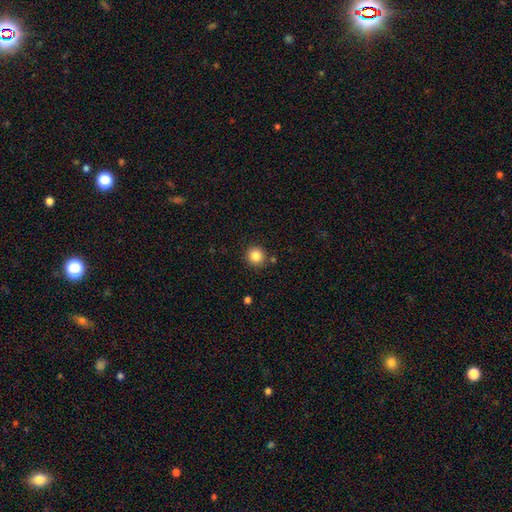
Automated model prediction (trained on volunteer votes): This appears to be a smooth galaxy with no disk features (85%) that is round (94%). Merging: none (89%).